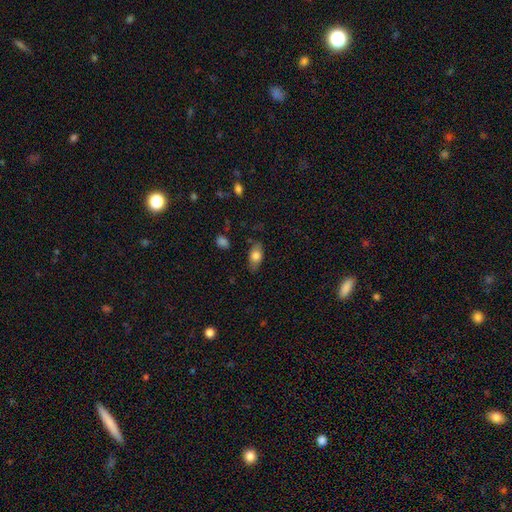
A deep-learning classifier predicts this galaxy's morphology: A smooth galaxy with no disk features (75%) that is in between round and cigar-shaped (86%).

Vote fractions:
- Smooth or featured? smooth: 75% / featured or disk: 18% / star or artifact: 7%
- How rounded? in between: 86% / cigar-shaped: 8% / round: 6%
- Merging? none: 79% / minor disturbance: 16% / major disturbance: 4% / merger: 1%